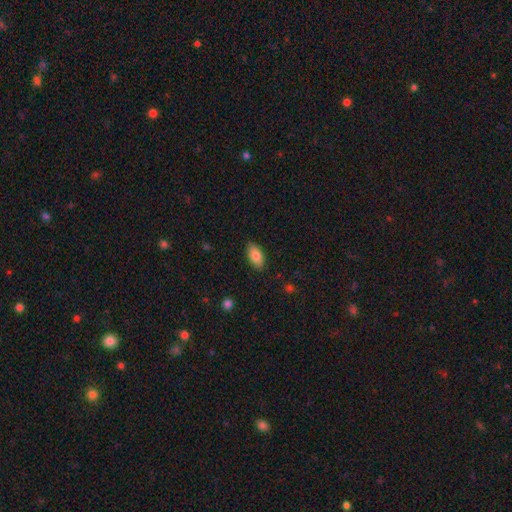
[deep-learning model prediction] A smooth galaxy with no disk features (84%) that is in between round and cigar-shaped (90%).

Vote fractions:
- Smooth or featured? smooth: 84% / featured or disk: 9% / star or artifact: 7%
- How rounded? in between: 90% / cigar-shaped: 7% / round: 3%
- Merging? none: 87% / minor disturbance: 10% / major disturbance: 2% / merger: 1%